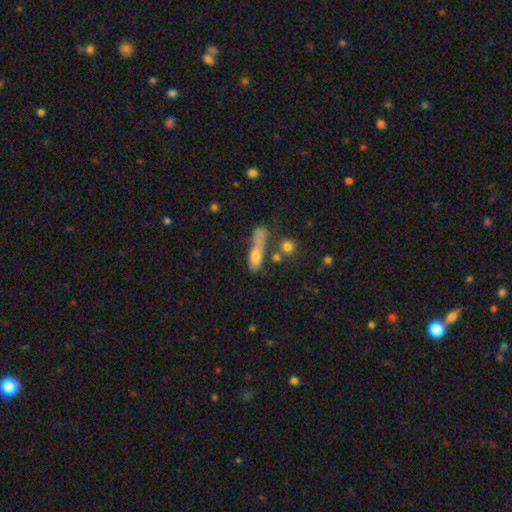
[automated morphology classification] This appears to be a smooth galaxy with no disk features (65%) that is cigar-shaped (49%). Merging: merger (31%).